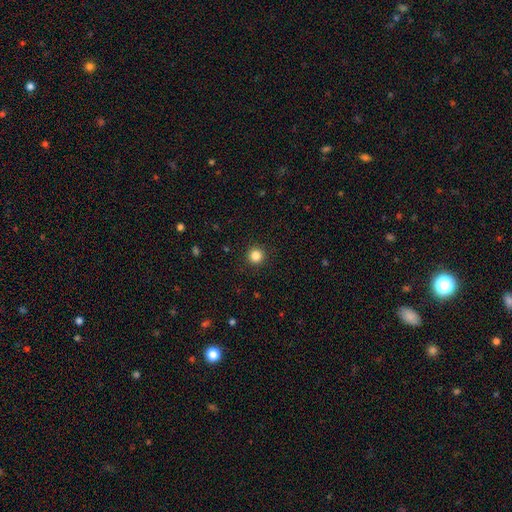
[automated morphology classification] This is clearly a smooth galaxy (84%). How rounded: clearly round (96%). Merging: clearly none (93%).